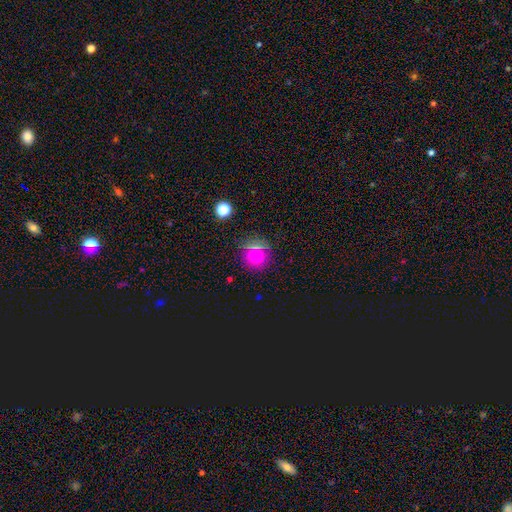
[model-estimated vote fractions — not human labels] This is likely a smooth galaxy (71%). How rounded: clearly round (91%). Merging: clearly none (84%).